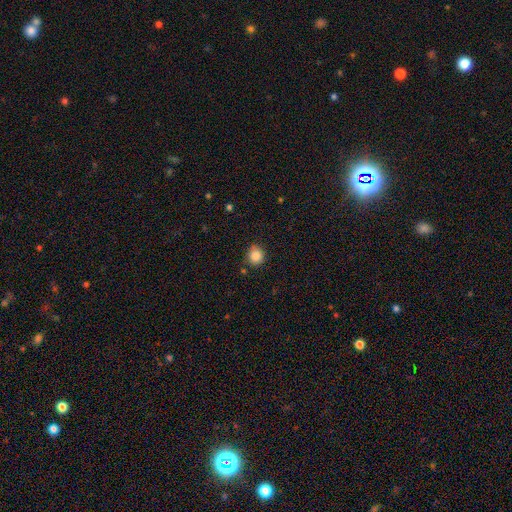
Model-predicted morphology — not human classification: A smooth galaxy with no disk features (86%) that is round (83%). Merging: none (81%).